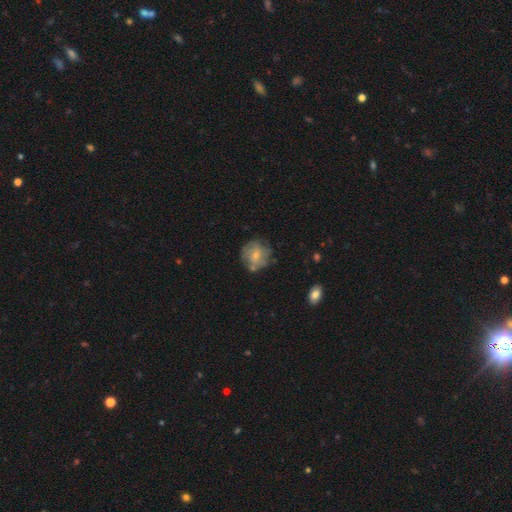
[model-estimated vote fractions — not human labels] This appears to be a smooth galaxy with no disk features (55%) that is round (81%). Merging: none (63%).